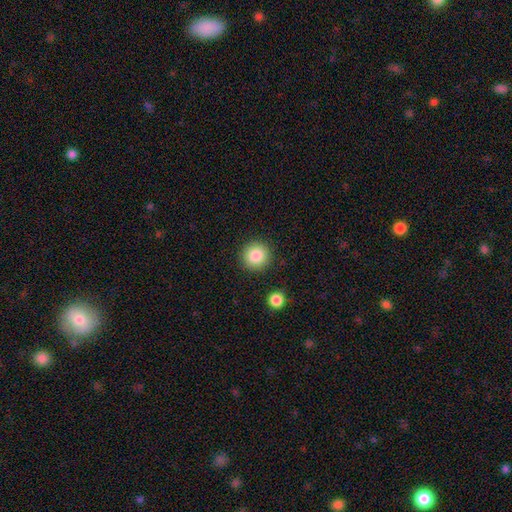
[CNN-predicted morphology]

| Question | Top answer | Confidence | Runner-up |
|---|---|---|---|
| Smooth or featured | smooth | 86% | star or artifact (9%) |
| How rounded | round | 95% | in between (4%) |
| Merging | none | 90% | minor disturbance (6%) |